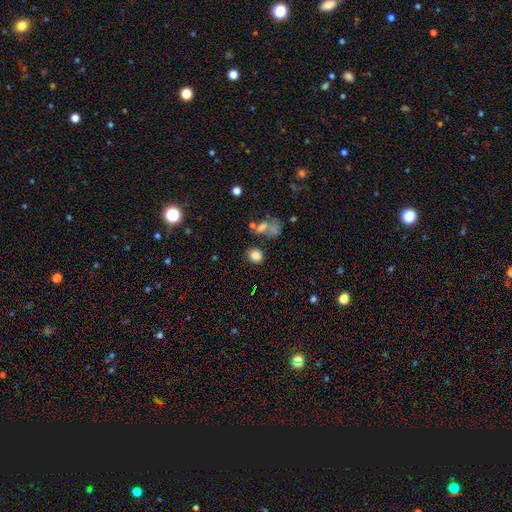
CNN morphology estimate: Smooth or featured? Predicted: smooth (p=0.81). How rounded? Predicted: round (p=0.75). Merging? Predicted: none (p=0.74).